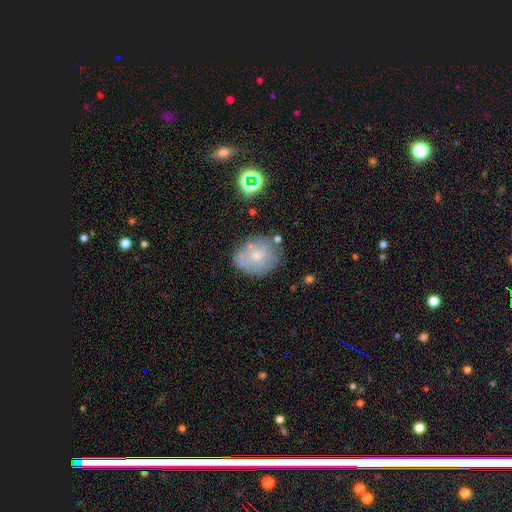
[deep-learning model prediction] Overall: smooth (58%; featured or disk 31%). How rounded: round (59%; in between 40%). Merging: none (65%).